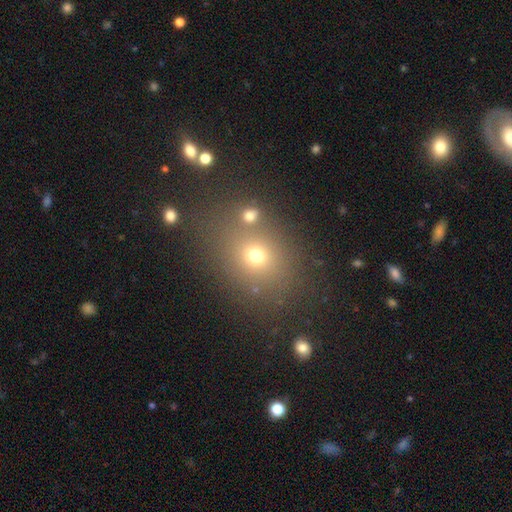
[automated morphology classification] smooth-or-featured: smooth: 67% | star or artifact: 21% | featured or disk: 12%
  how-rounded: round: 57% | in between: 41% | cigar-shaped: 1%
  merging: none: 70% | merger: 13% | minor disturbance: 12% | major disturbance: 6%